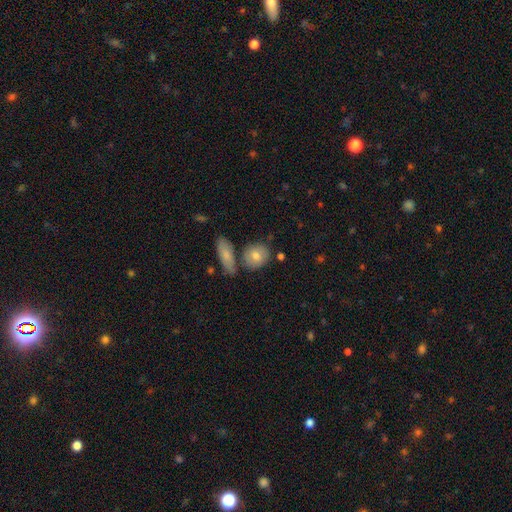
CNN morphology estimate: Smooth or featured?
  - smooth: 77% *
  - featured or disk: 16%
  - star or artifact: 7%
How rounded?
  - round: 67% *
  - in between: 30%
  - cigar-shaped: 3%
Merging?
  - none: 70% *
  - merger: 15%
  - minor disturbance: 12%
  - major disturbance: 3%